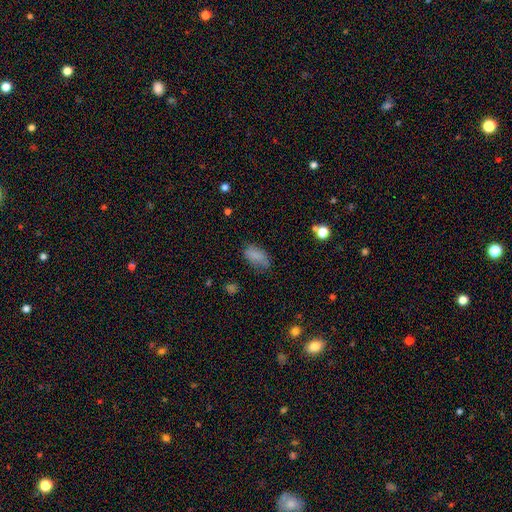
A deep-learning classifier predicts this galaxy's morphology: smooth_or_featured: smooth (p=0.81) [alt: star or artifact p=0.10]
how_rounded: in between (p=0.91) [alt: round p=0.05]
merging: none (p=0.63) [alt: minor disturbance p=0.26]